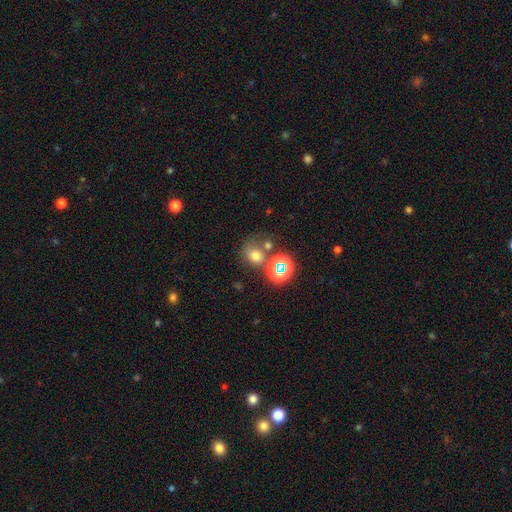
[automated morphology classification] Smooth or featured: smooth — 64% (star or artifact — 24%)
How rounded: round — 68% (in between — 31%)
Merging: none — 51% (merger — 26%)